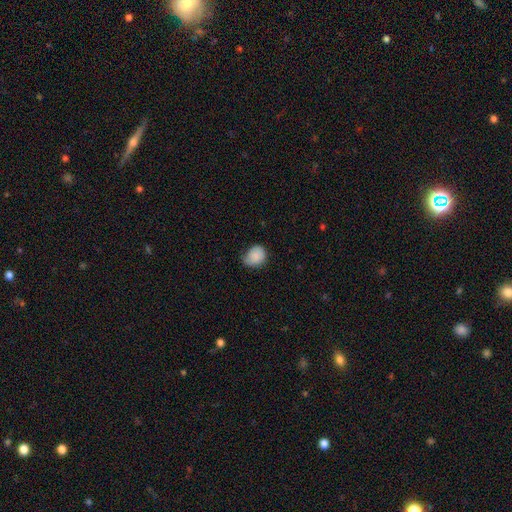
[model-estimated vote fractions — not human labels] Smooth or featured: smooth — 84% (featured or disk — 9%)
How rounded: round — 56% (in between — 43%)
Merging: none — 49% (minor disturbance — 39%)